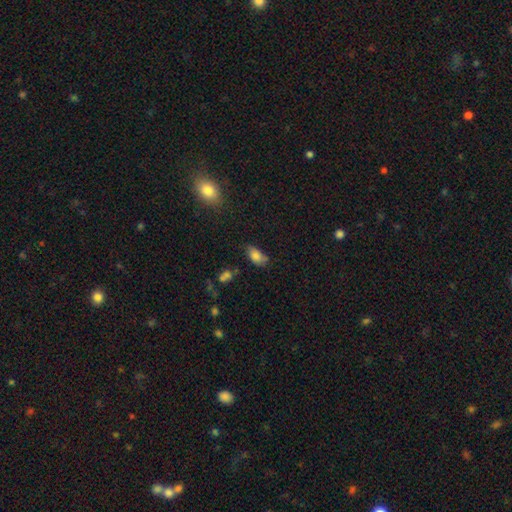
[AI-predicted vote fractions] This is likely a smooth galaxy (79%). How rounded: clearly in between (91%). Merging: possibly none (56%).